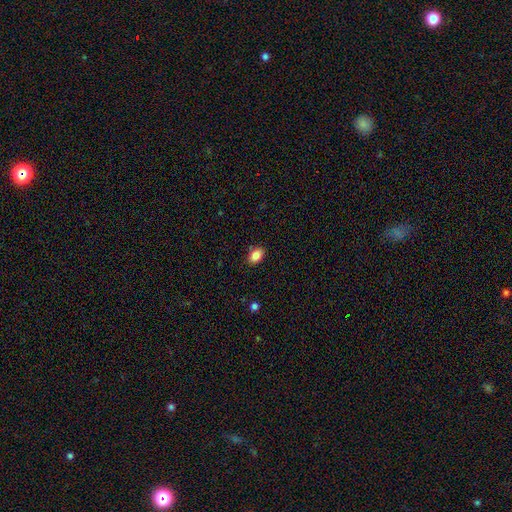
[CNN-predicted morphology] Overall: smooth (86%). How rounded: in between (82%). Merging: none (86%).